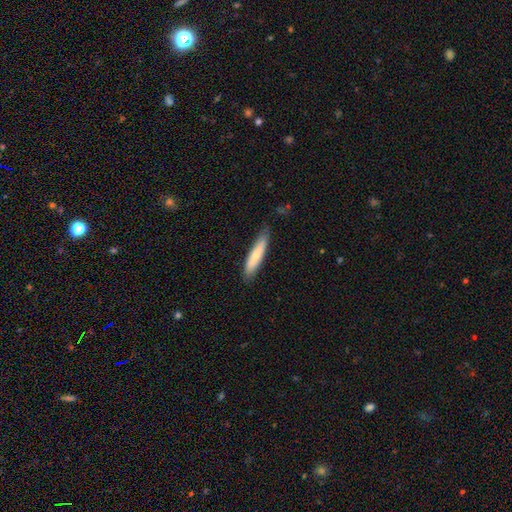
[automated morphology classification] smooth_or_featured: smooth (p=0.72) [alt: featured or disk p=0.23]
how_rounded: cigar-shaped (p=0.83) [alt: in between p=0.15]
merging: none (p=0.79) [alt: minor disturbance p=0.17]